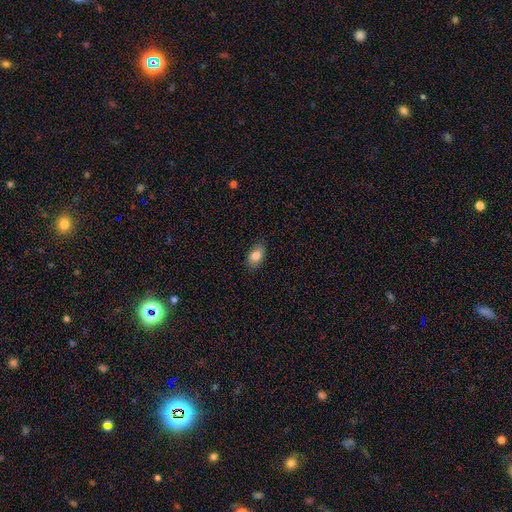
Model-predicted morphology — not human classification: Overall: smooth (83%). How rounded: in between (87%). Merging: none (82%).